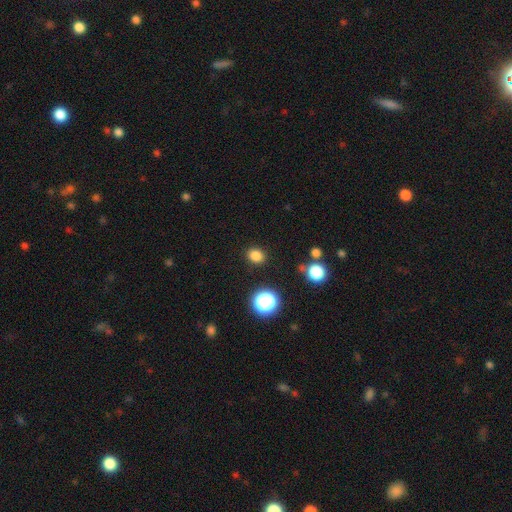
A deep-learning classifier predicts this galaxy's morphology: Smooth or featured? smooth (82%)
How rounded? round (62%)
Merging? none (89%)